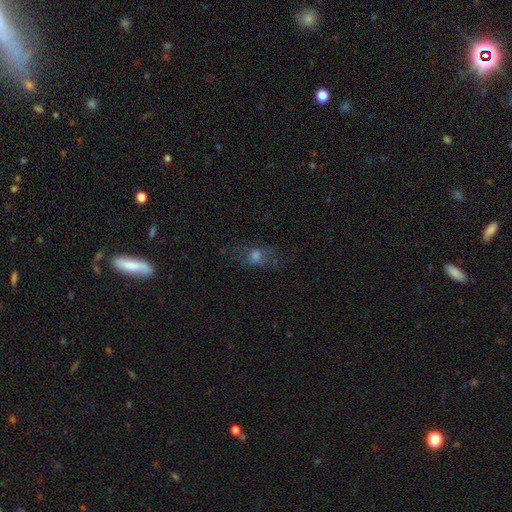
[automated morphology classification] Smooth or featured? smooth (42%)
Merging? none (70%)